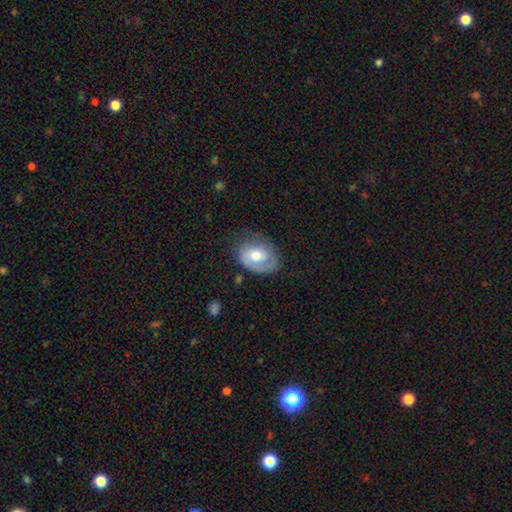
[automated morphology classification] This appears to be a featured or disk galaxy (51%). Merging: none (61%).